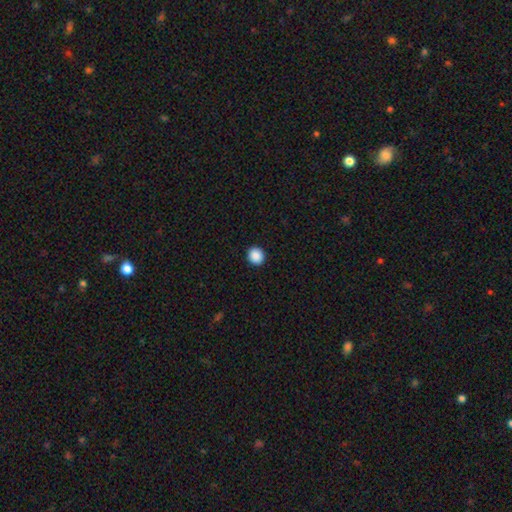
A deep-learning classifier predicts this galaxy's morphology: Q: Smooth or featured?
A: smooth (89%); runner-up: star or artifact (9%)
Q: How rounded?
A: round (85%); runner-up: in between (14%)
Q: Merging?
A: none (93%); runner-up: minor disturbance (5%)